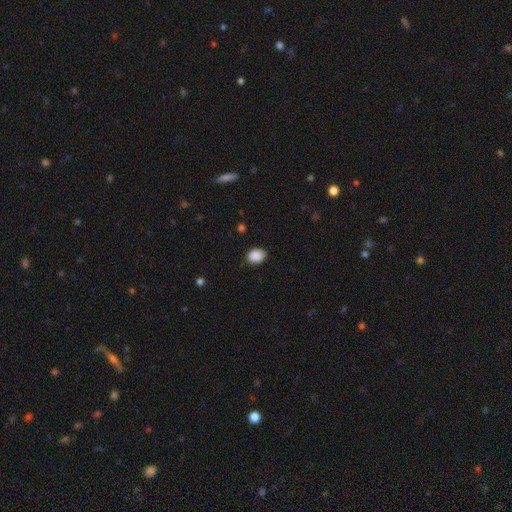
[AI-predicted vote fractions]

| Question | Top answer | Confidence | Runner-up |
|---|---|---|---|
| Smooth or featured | smooth | 89% | star or artifact (8%) |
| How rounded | in between | 60% | round (39%) |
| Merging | none | 84% | minor disturbance (13%) |